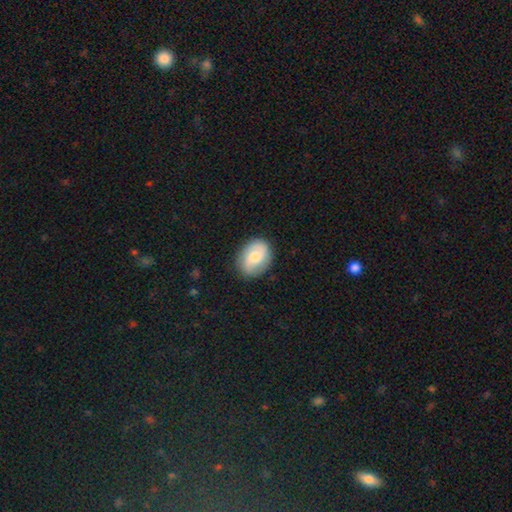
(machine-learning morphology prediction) type=smooth (47%); merging=none (83%).